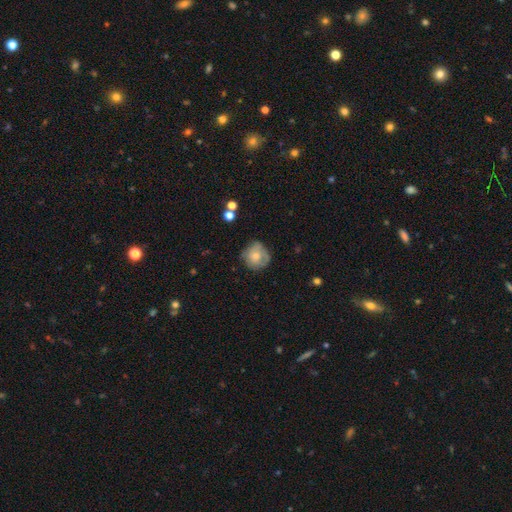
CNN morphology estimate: Smooth or featured? smooth (65%)
How rounded? round (88%)
Merging? none (64%)